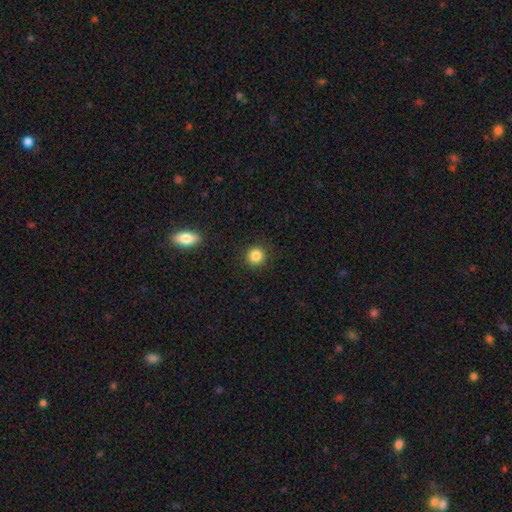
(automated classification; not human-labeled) smooth-or-featured: smooth: 85% | star or artifact: 11% | featured or disk: 4%
  how-rounded: round: 93% | in between: 6% | cigar-shaped: 1%
  merging: none: 91% | minor disturbance: 6% | major disturbance: 2% | merger: 1%